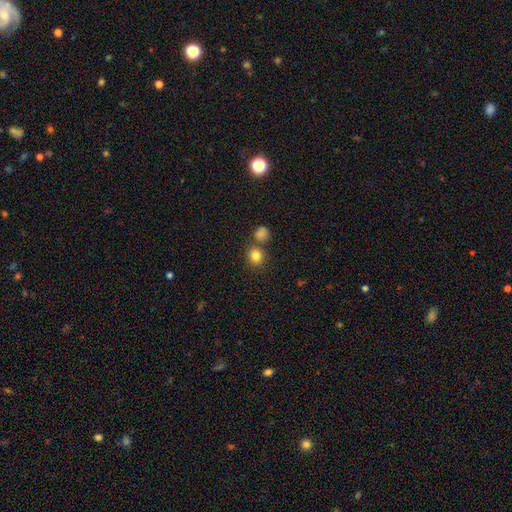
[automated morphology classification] A smooth galaxy with no disk features (83%) that is round (81%).

Vote fractions:
- Smooth or featured? smooth: 83% / star or artifact: 12% / featured or disk: 5%
- How rounded? round: 81% / in between: 18% / cigar-shaped: 1%
- Merging? none: 71% / merger: 17% / minor disturbance: 9% / major disturbance: 3%